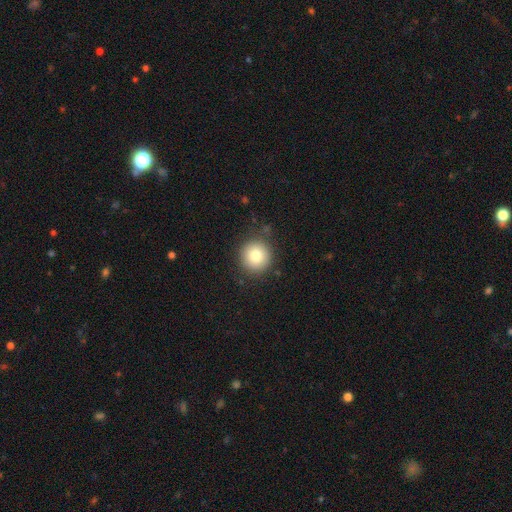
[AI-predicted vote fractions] Q: Smooth or featured?
A: smooth (81%); runner-up: star or artifact (10%)
Q: How rounded?
A: round (95%); runner-up: in between (4%)
Q: Merging?
A: none (87%); runner-up: minor disturbance (9%)